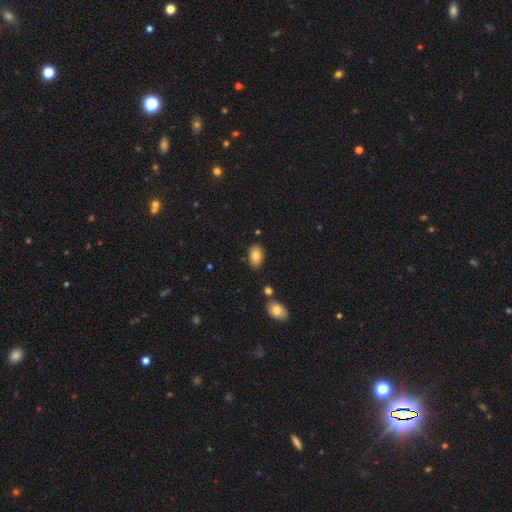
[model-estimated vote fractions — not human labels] Morphology: type=smooth (84%); roundness=in between (89%); merging=none (82%).